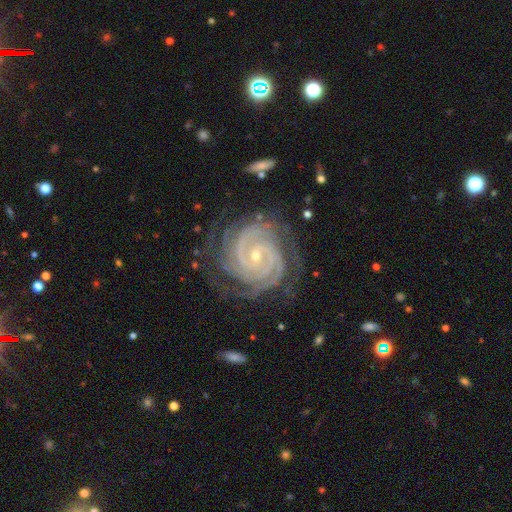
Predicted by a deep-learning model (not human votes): Morphology: type=featured or disk (93%); edge-on=no (98%); bar=no (54%); spiral arms=yes (99%); winding=tight (84%); arm count=3 (23%, tied with 4); bulge=small (75%); merging=none (75%).